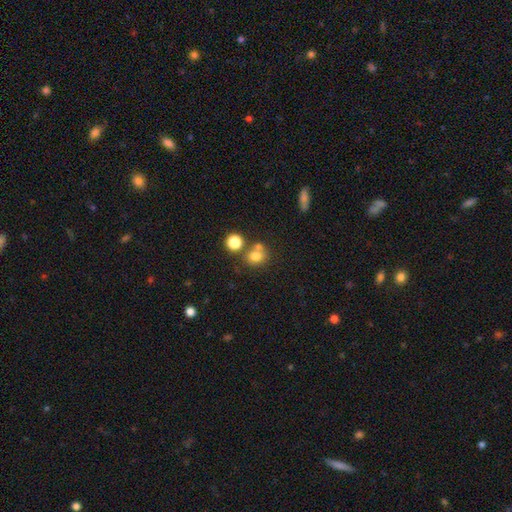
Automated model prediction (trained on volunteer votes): Smooth or featured? Predicted: smooth (p=0.76). How rounded? Predicted: round (p=0.69). Merging? Predicted: none (p=0.54).